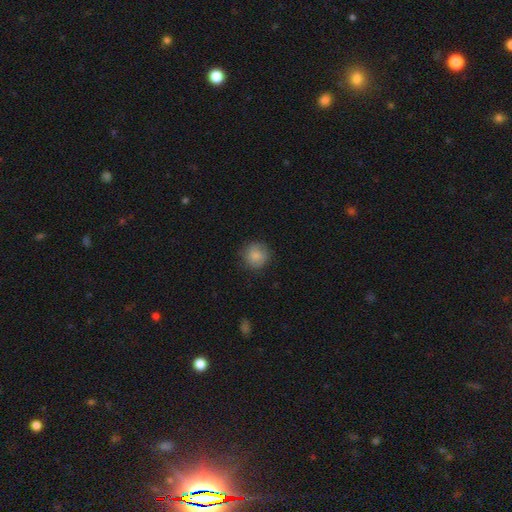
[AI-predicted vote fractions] Morphology: type=smooth (84%); roundness=round (92%); merging=none (83%).